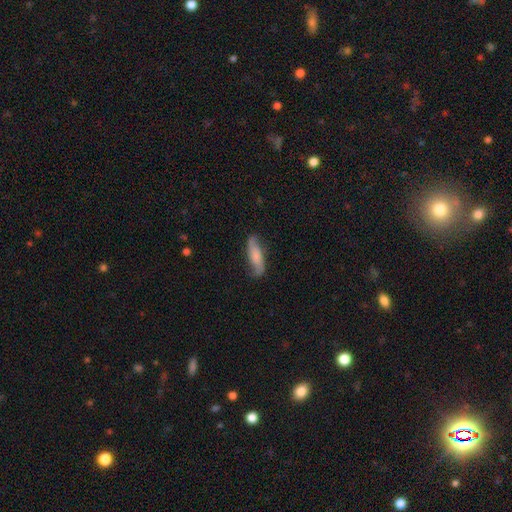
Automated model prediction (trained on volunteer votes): Smooth or featured? Predicted: featured or disk (p=0.50). Merging? Predicted: none (p=0.73).